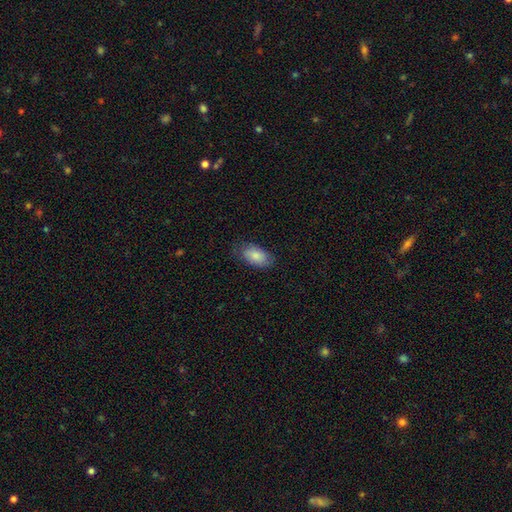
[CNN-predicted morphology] smooth 85%, featured or disk 9%, star or artifact 6%. Down the decision tree: how rounded — in between (93%); merging — none (76%).